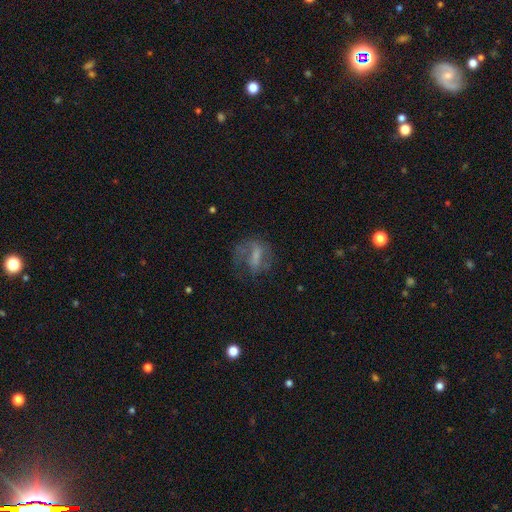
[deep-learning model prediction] Q: Smooth or featured?
A: featured or disk (51%); runner-up: smooth (37%)
Q: Edge-on disk?
A: no (92%); runner-up: yes (8%)
Q: Merging?
A: none (47%); runner-up: major disturbance (29%)